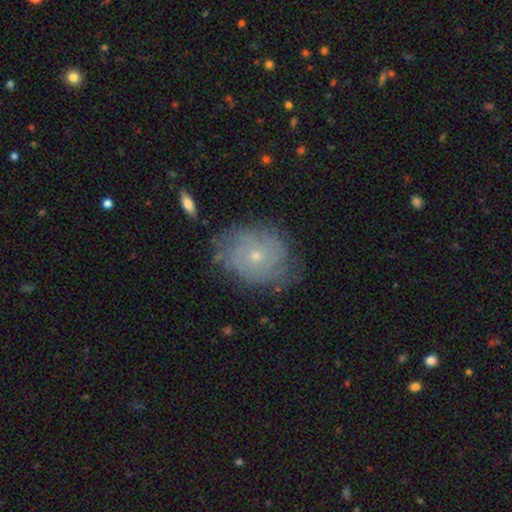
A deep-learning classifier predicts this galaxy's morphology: smooth_or_featured: featured or disk (p=0.62) [alt: smooth p=0.28]
disk_edge_on: no (p=0.96) [alt: yes p=0.04]
bar: no (p=0.87) [alt: weak p=0.11]
has_spiral_arms: yes (p=0.78) [alt: no p=0.22]
bulge_size: small (p=0.74) [alt: moderate p=0.23]
merging: none (p=0.70) [alt: minor disturbance p=0.21]